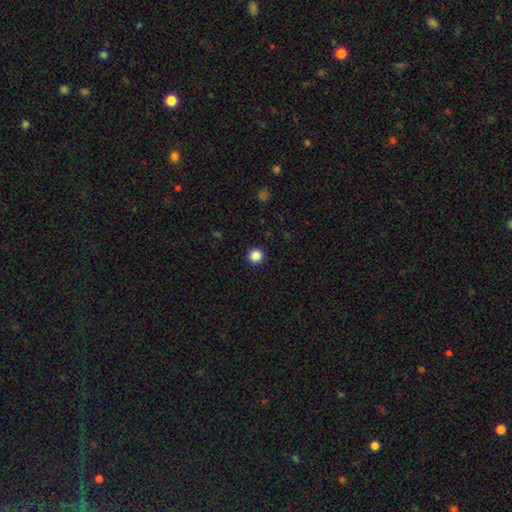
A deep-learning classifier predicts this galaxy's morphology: The model was most divided on "smooth or featured": smooth: 87%, star or artifact: 10%, featured or disk: 3%. More confident: how rounded — round (94%); merging — none (93%).